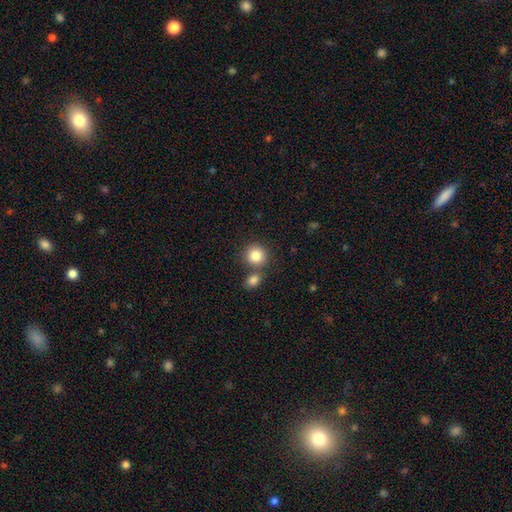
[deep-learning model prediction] Smooth or featured?
  - smooth: 85% *
  - star or artifact: 9%
  - featured or disk: 6%
How rounded?
  - round: 89% *
  - in between: 10%
  - cigar-shaped: 1%
Merging?
  - none: 66% *
  - merger: 23%
  - minor disturbance: 8%
  - major disturbance: 3%